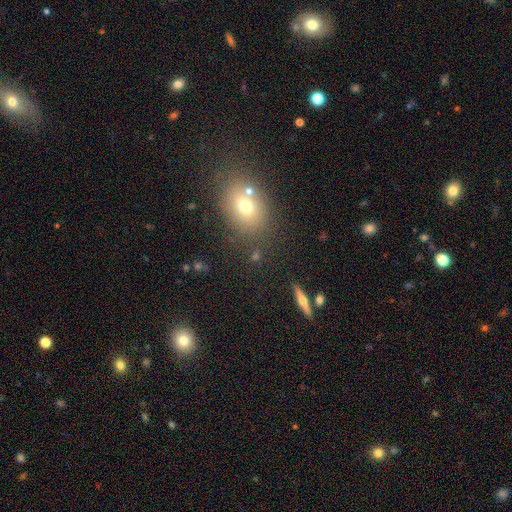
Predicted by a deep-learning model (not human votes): The model was most divided on "how rounded": round: 47%, in between: 45%, cigar-shaped: 8%. More confident: merging — none (73%); smooth or featured — smooth (55%).